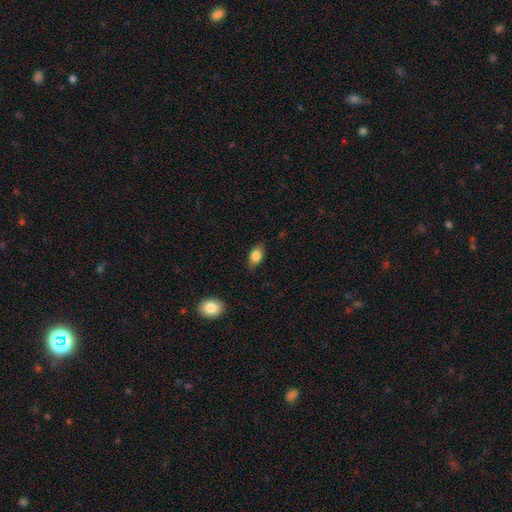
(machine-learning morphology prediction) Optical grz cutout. It shows a smooth galaxy with no disk features (83%) that is in between round and cigar-shaped (87%). Merging: none (81%).